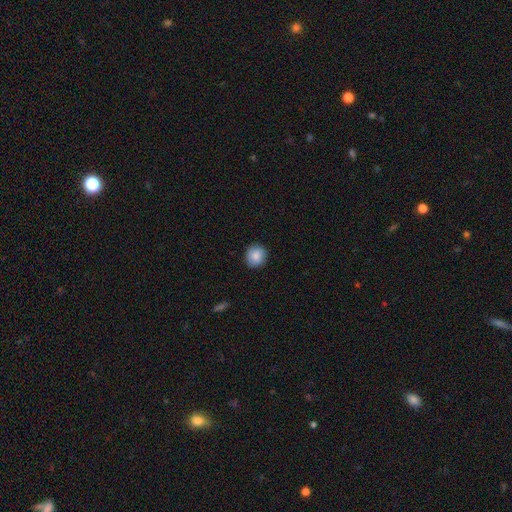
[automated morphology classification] Overall: smooth (86%). How rounded: round (88%). Merging: none (89%).